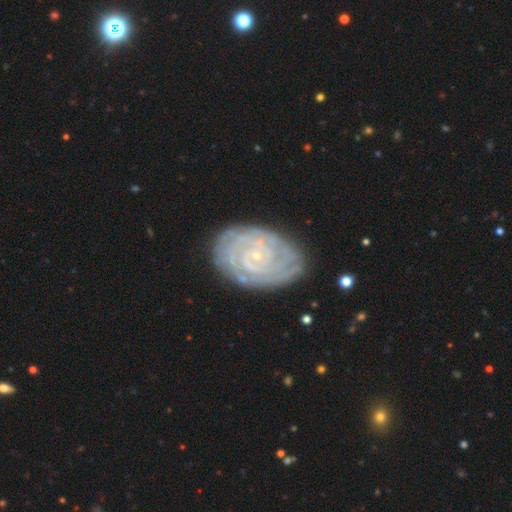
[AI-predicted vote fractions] Smooth or featured: featured or disk — 87% (smooth — 8%)
Edge-on disk: no — 97% (yes — 3%)
Bar: no — 71% (weak — 22%)
Spiral arms: yes — 97% (no — 3%)
Spiral winding: tight — 85% (medium — 12%)
Spiral arm count: can't tell — 27% (2 — 22%)
Bulge size: small — 88% (moderate — 7%)
Merging: none — 80% (minor disturbance — 15%)